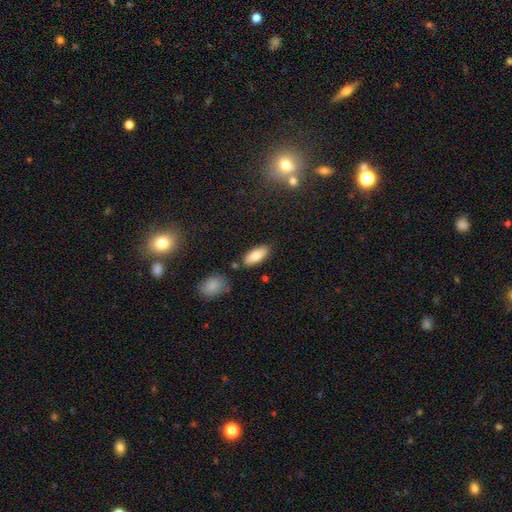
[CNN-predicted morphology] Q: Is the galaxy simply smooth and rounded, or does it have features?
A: smooth — 81%.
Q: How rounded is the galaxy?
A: in between — 82%.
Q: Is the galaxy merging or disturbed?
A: none — 82%.